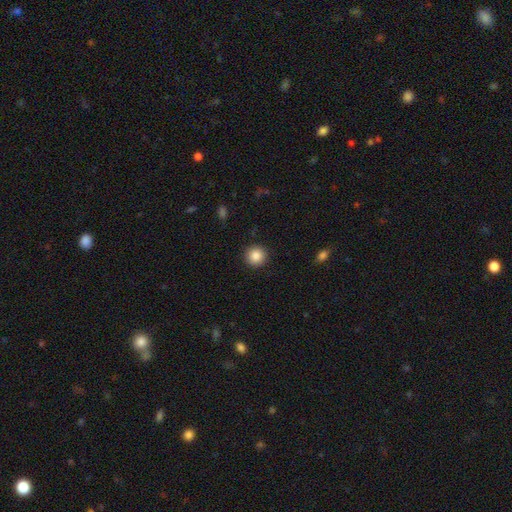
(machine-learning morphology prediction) smooth_or_featured: smooth (p=0.86) [alt: star or artifact p=0.09]
how_rounded: round (p=0.94) [alt: in between p=0.05]
merging: none (p=0.92) [alt: minor disturbance p=0.05]